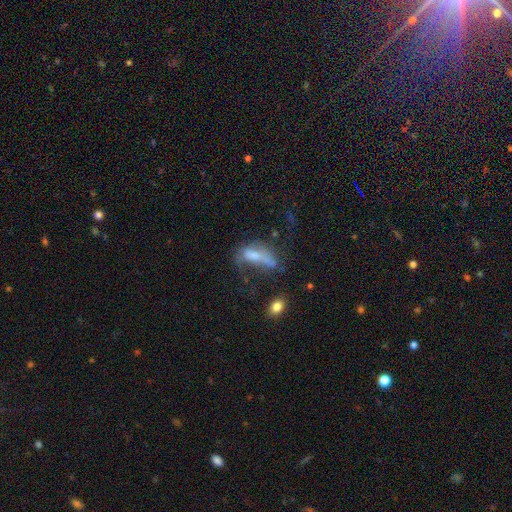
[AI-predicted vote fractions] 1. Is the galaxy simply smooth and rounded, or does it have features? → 52% smooth, 35% featured or disk, 13% star or artifact.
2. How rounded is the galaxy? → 61% in between, 35% cigar-shaped, 4% round.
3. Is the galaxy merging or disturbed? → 40% major disturbance, 26% none, 22% minor disturbance, 12% merger.